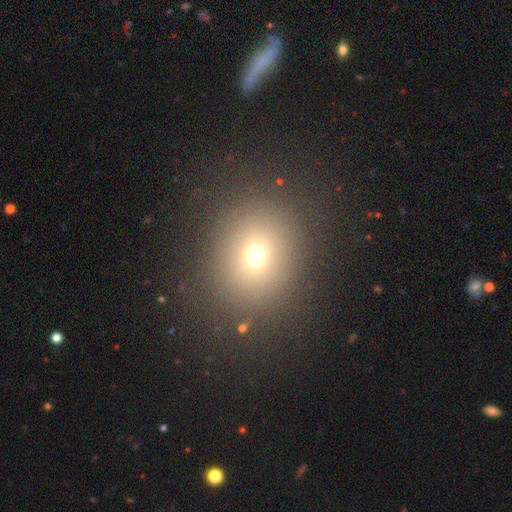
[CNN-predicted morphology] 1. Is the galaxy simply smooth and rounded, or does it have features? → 67% smooth, 21% star or artifact, 12% featured or disk.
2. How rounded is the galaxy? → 68% round, 31% in between, 1% cigar-shaped.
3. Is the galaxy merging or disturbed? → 85% none, 8% minor disturbance, 5% major disturbance, 2% merger.